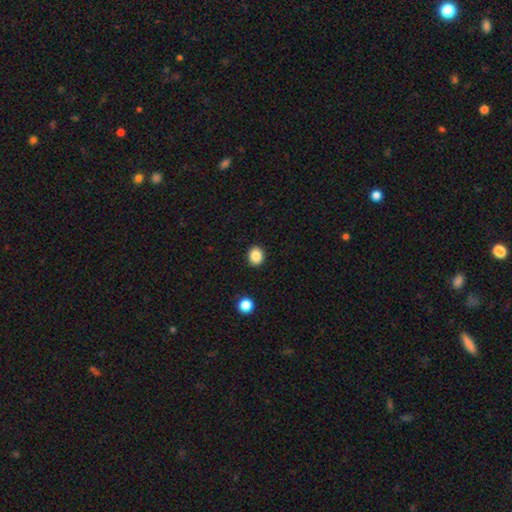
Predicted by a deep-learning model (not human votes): Smooth or featured? smooth (86%)
How rounded? round (70%)
Merging? none (91%)